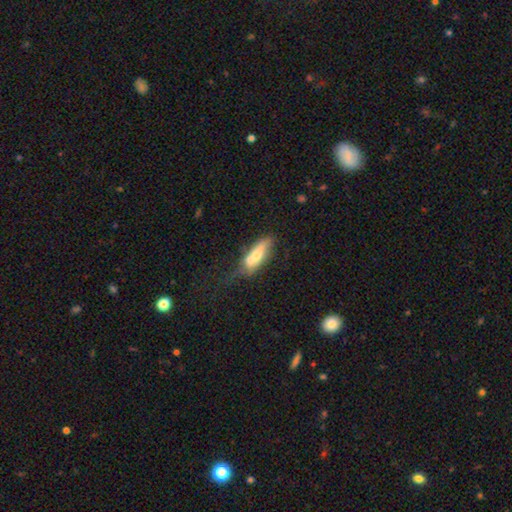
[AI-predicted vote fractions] smooth 59%, featured or disk 34%, star or artifact 7%. Down the decision tree: how rounded — in between (58%); merging — none (38%).